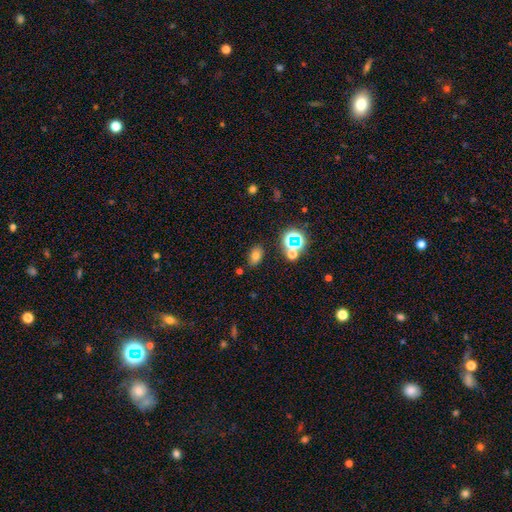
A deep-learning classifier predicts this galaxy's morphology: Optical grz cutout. It shows a smooth galaxy with no disk features (69%) that is in between round and cigar-shaped (81%). Merging: none (81%).